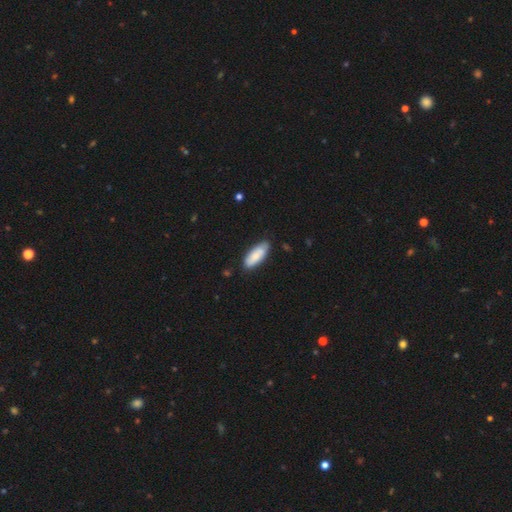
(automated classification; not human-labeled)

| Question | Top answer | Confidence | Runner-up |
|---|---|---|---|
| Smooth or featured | smooth | 80% | featured or disk (15%) |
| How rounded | in between | 76% | cigar-shaped (23%) |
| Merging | none | 80% | minor disturbance (16%) |